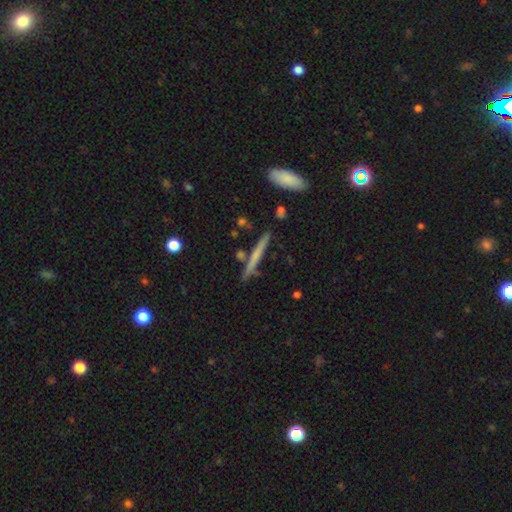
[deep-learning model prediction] The model was most divided on "smooth or featured": smooth: 49%, featured or disk: 45%, star or artifact: 7%. More confident: merging — none (85%).